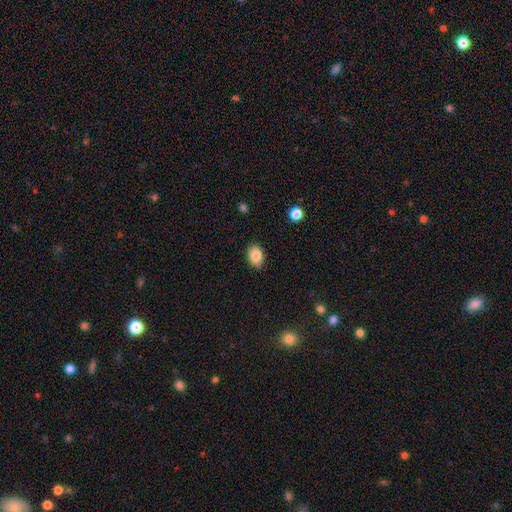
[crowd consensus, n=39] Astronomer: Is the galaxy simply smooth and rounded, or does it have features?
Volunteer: smooth — 85%.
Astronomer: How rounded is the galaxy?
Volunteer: in between — 85%.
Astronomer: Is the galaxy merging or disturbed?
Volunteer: none — 94%.